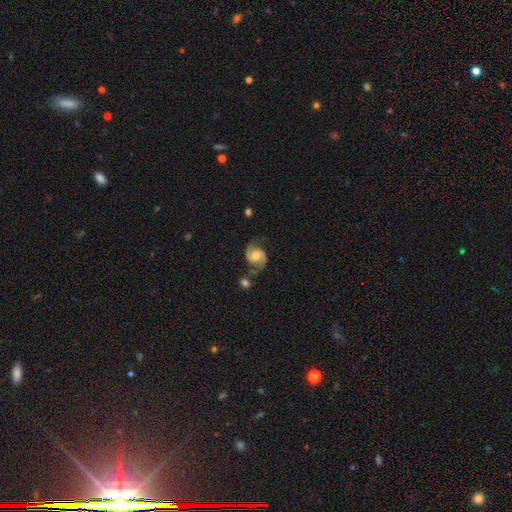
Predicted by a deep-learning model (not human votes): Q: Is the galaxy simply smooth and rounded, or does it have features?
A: featured or disk — 87%.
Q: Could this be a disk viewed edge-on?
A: no — 98%.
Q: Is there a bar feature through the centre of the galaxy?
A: no — 65%.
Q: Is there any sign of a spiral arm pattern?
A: yes — 97%.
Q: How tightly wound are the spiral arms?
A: medium — 55%.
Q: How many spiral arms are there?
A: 2 — 93%.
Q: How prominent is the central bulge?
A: moderate — 63%.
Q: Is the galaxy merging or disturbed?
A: none — 72%.